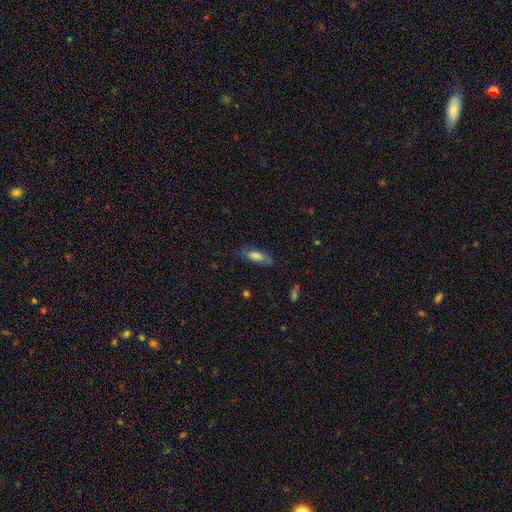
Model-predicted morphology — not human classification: smooth 75%, featured or disk 17%, star or artifact 8%. Down the decision tree: how rounded — in between (75%); merging — none (68%).